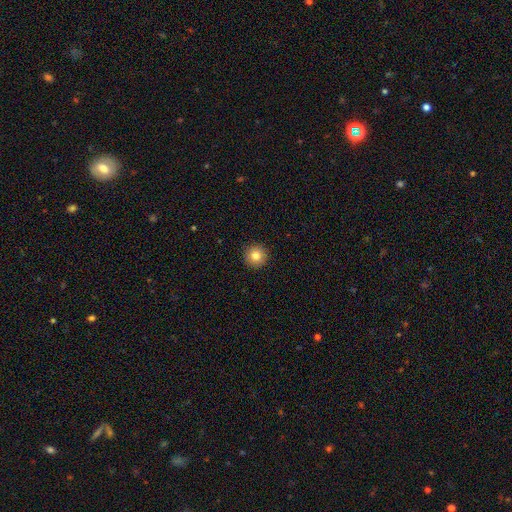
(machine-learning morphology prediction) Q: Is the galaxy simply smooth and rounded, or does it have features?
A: smooth — 83%.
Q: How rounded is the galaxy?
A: round — 96%.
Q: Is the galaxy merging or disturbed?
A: none — 93%.